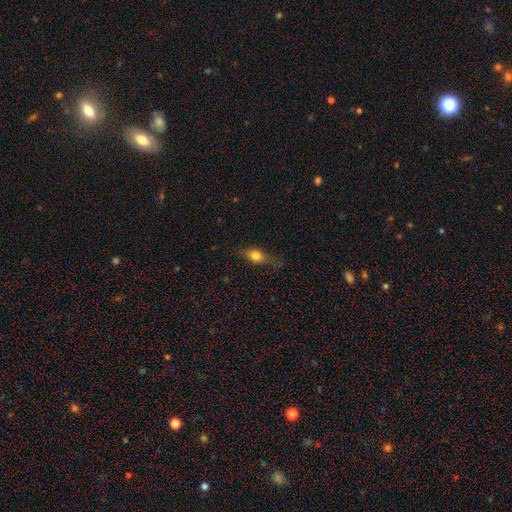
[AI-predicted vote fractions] The model was most divided on "how rounded": in between: 59%, cigar-shaped: 24%, round: 17%. More confident: merging — none (66%); smooth or featured — smooth (63%).